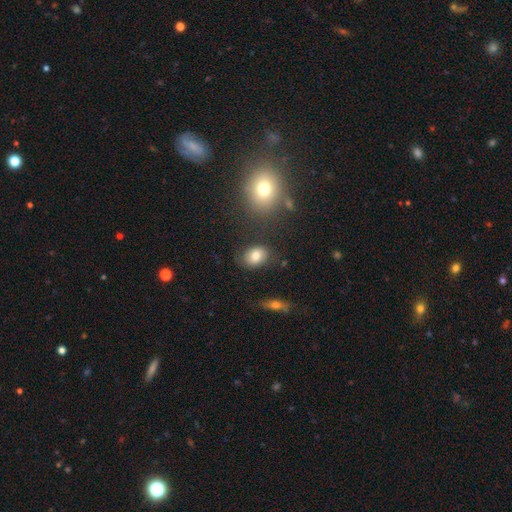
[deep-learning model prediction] Smooth or featured?
  - smooth: 77% *
  - featured or disk: 13%
  - star or artifact: 10%
How rounded?
  - in between: 68% *
  - round: 30%
  - cigar-shaped: 1%
Merging?
  - none: 77% *
  - minor disturbance: 15%
  - major disturbance: 4%
  - merger: 4%